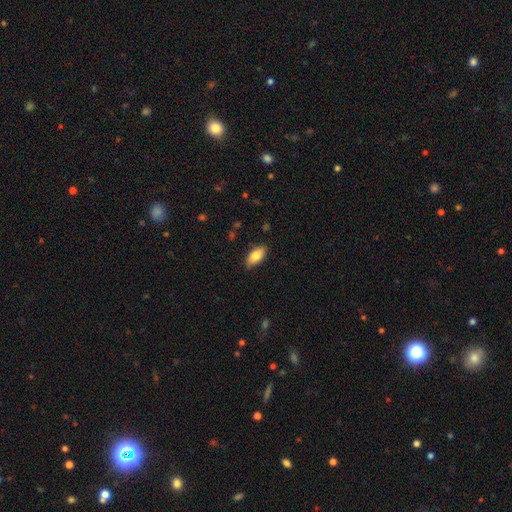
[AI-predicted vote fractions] Smooth or featured? smooth (82%)
How rounded? in between (89%)
Merging? none (84%)